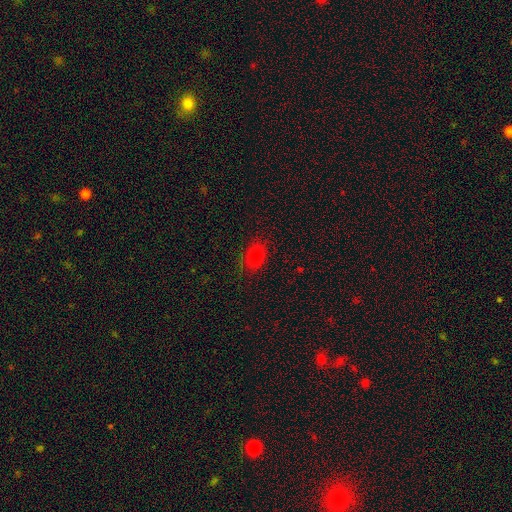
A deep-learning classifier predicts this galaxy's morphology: The model was most divided on "how rounded": in between: 64%, round: 34%, cigar-shaped: 2%. More confident: merging — none (79%); smooth or featured — smooth (79%).